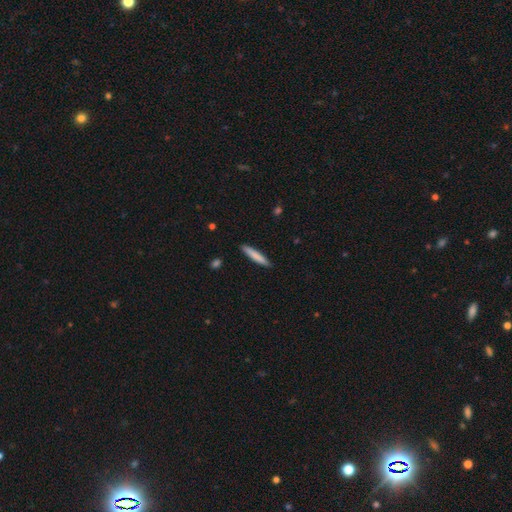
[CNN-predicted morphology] Smooth or featured: smooth — 81% (featured or disk — 14%)
How rounded: cigar-shaped — 93% (in between — 6%)
Merging: none — 90% (minor disturbance — 7%)